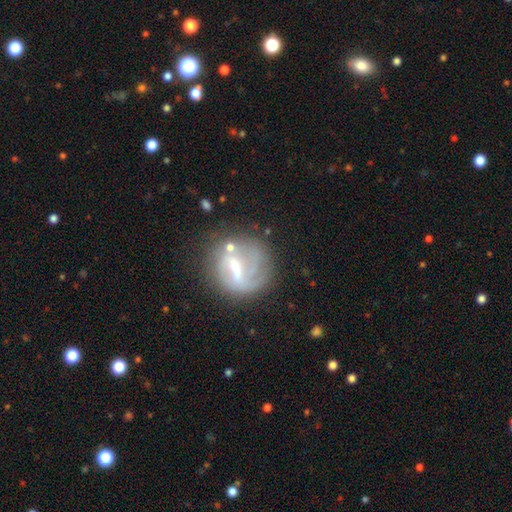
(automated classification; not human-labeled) A featured or disk galaxy (60%) with a strong bar (44%), spiral arms (52%) and no central bulge (32%).

Vote fractions:
- Smooth or featured? featured or disk: 60% / smooth: 30% / star or artifact: 10%
- Edge-on disk? no: 95% / yes: 5%
- Bar? strong: 44% / weak: 36% / no: 21%
- Spiral arms? yes: 52% / no: 48%
- Bulge size? none: 32% / moderate: 31% / small: 28% / large: 7% / dominant: 2%
- Merging? none: 52% / minor disturbance: 20% / major disturbance: 20% / merger: 9%